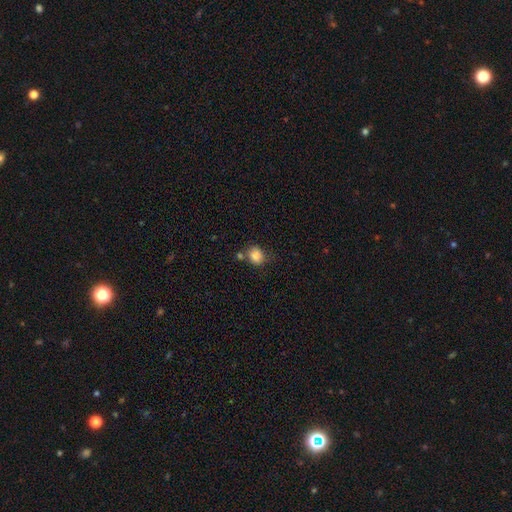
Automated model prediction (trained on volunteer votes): Q: Smooth or featured?
A: smooth (84%); runner-up: star or artifact (10%)
Q: How rounded?
A: round (68%); runner-up: in between (31%)
Q: Merging?
A: none (58%); runner-up: minor disturbance (19%)